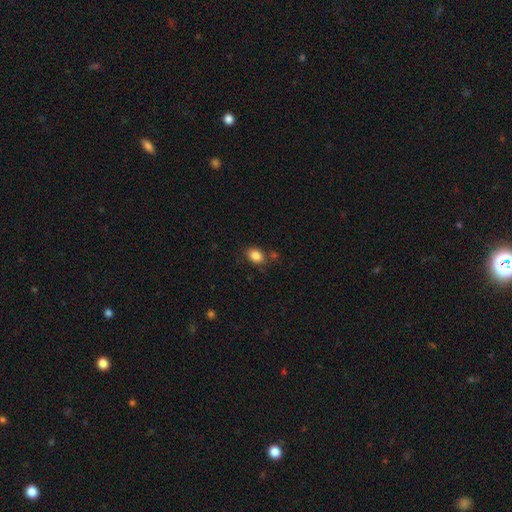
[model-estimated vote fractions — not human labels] Overall: smooth (85%). How rounded: in between (73%). Merging: none (74%).